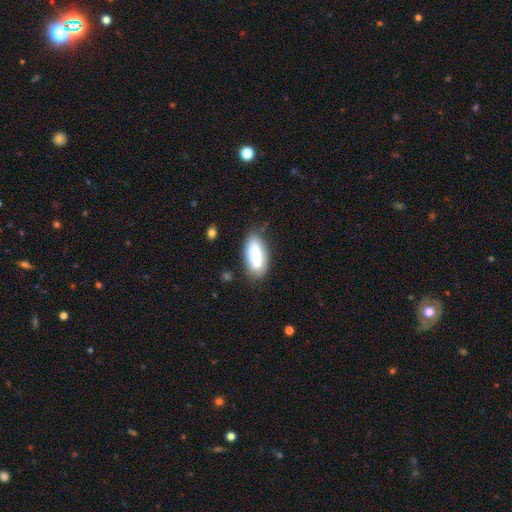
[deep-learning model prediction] smooth_or_featured: smooth (p=0.74) [alt: featured or disk p=0.19]
how_rounded: in between (p=0.86) [alt: cigar-shaped p=0.12]
merging: none (p=0.64) [alt: minor disturbance p=0.21]